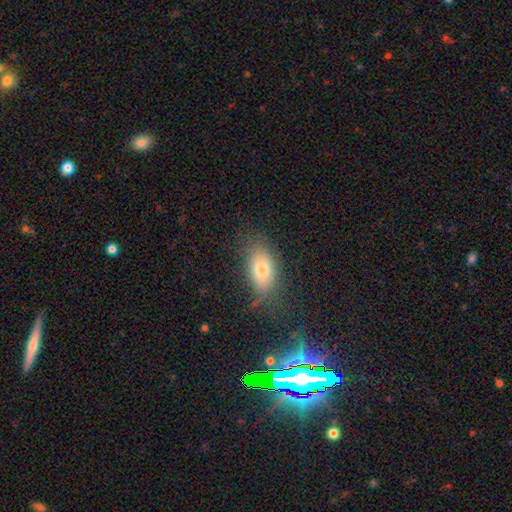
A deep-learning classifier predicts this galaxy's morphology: Smooth or featured: smooth — 52% (star or artifact — 34%)
How rounded: in between — 83% (cigar-shaped — 9%)
Merging: none — 84% (minor disturbance — 11%)